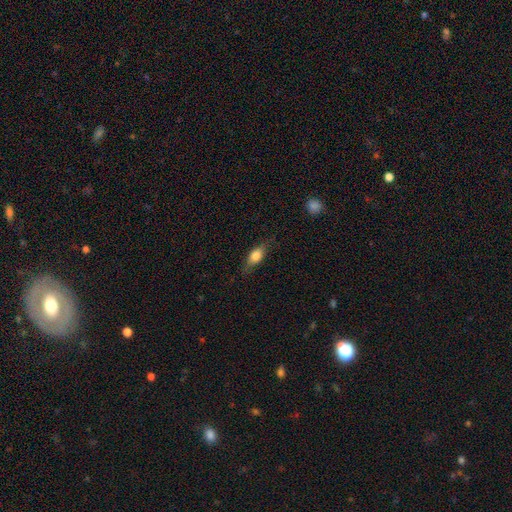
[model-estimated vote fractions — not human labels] Smooth or featured? smooth (70%)
How rounded? in between (72%)
Merging? none (76%)